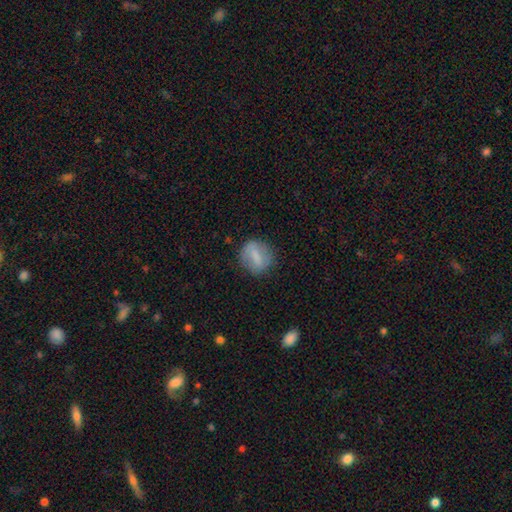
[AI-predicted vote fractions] smooth 66%, featured or disk 26%, star or artifact 8%. Down the decision tree: how rounded — round (64%); merging — none (78%).